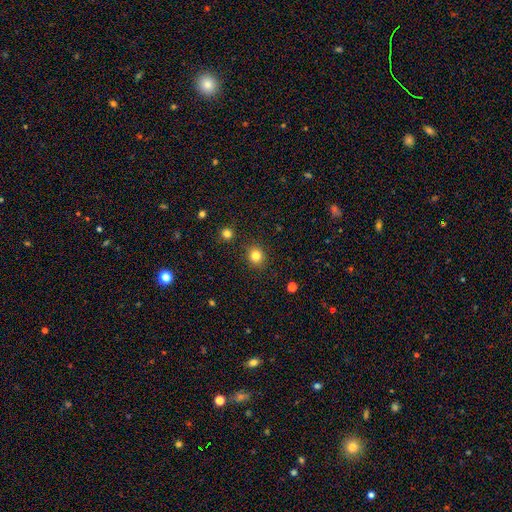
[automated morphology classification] The model was most divided on "smooth or featured": smooth: 82%, star or artifact: 13%, featured or disk: 6%. More confident: merging — none (89%); how rounded — round (85%).